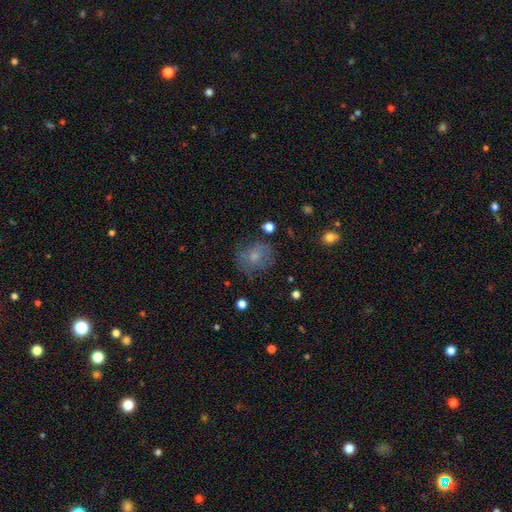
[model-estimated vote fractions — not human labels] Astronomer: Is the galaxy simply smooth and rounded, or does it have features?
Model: smooth — 62%.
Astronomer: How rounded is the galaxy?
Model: round — 68%.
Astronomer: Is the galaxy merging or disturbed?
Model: none — 61%.